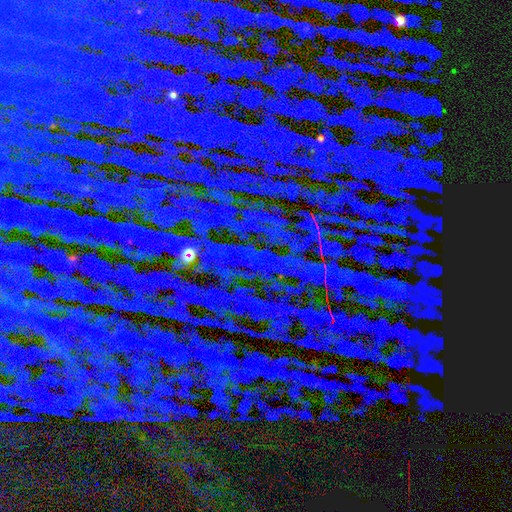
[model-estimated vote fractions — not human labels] star or artifact 82%, smooth 9%, featured or disk 8%.